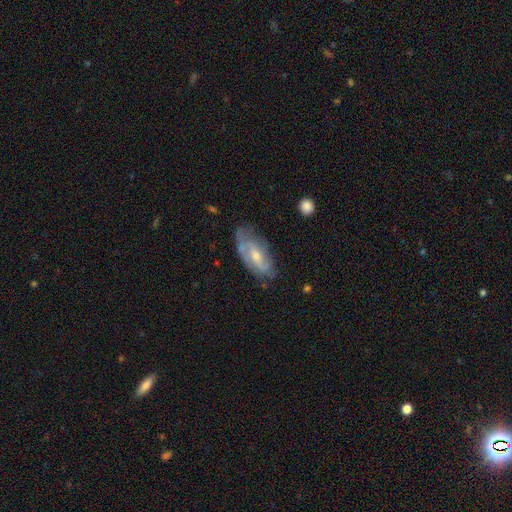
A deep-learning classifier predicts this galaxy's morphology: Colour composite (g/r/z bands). It shows a featured or disk galaxy (66%) with no bar (45%), spiral arms (81%) and a moderate central bulge (49%). Merging: none (65%).